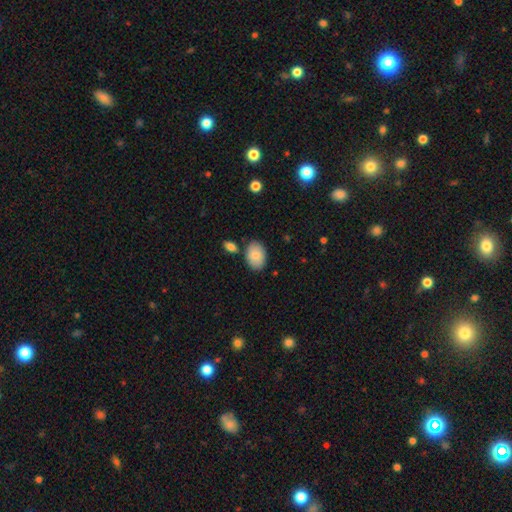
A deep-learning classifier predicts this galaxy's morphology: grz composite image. It shows a smooth galaxy with no disk features (82%) that is in between round and cigar-shaped (86%). Merging: none (78%).